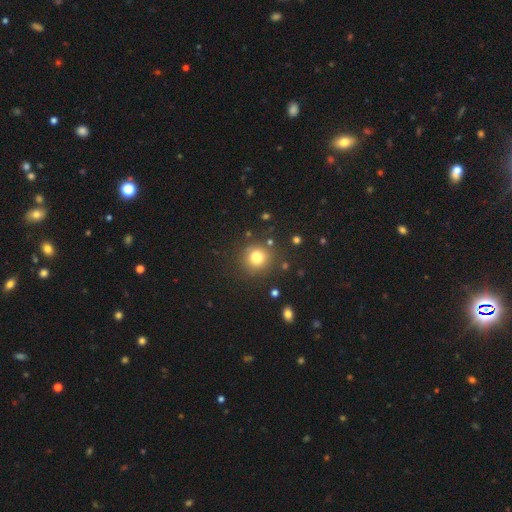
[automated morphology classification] smooth_or_featured: smooth (p=0.79) [alt: star or artifact p=0.13]
how_rounded: round (p=0.88) [alt: in between p=0.11]
merging: none (p=0.83) [alt: minor disturbance p=0.10]